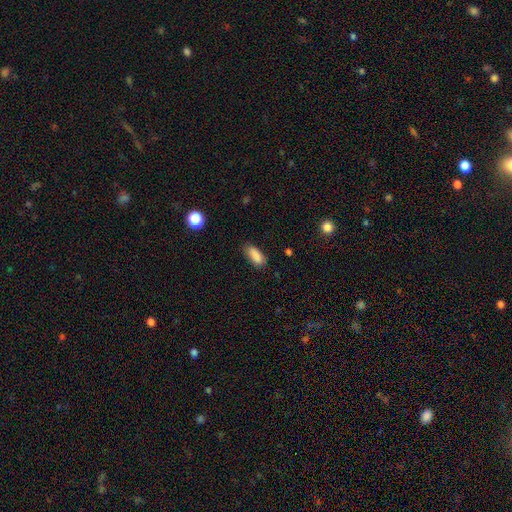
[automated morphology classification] smooth-or-featured: smooth: 87% | star or artifact: 8% | featured or disk: 5%
  how-rounded: in between: 81% | cigar-shaped: 16% | round: 3%
  merging: none: 79% | minor disturbance: 16% | major disturbance: 3% | merger: 1%